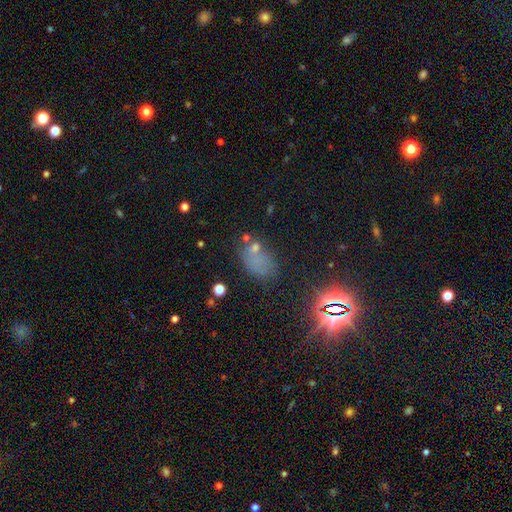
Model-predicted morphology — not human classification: smooth_or_featured: smooth (p=0.51) [alt: star or artifact p=0.37]
how_rounded: in between (p=0.81) [alt: round p=0.16]
merging: none (p=0.60) [alt: minor disturbance p=0.19]